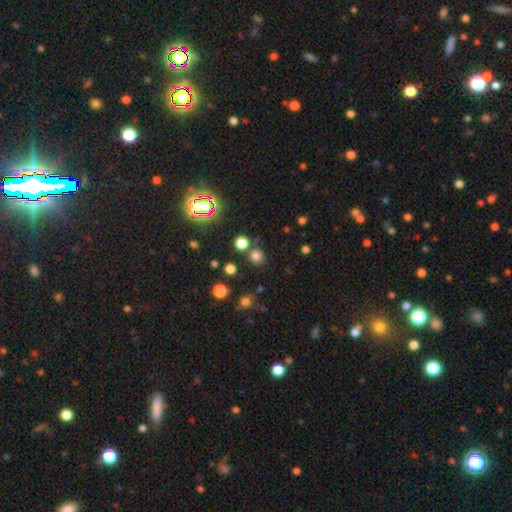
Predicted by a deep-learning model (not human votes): smooth-or-featured: smooth: 71% | star or artifact: 23% | featured or disk: 5%
  how-rounded: round: 89% | in between: 10% | cigar-shaped: 1%
  merging: none: 78% | merger: 11% | minor disturbance: 8% | major disturbance: 3%